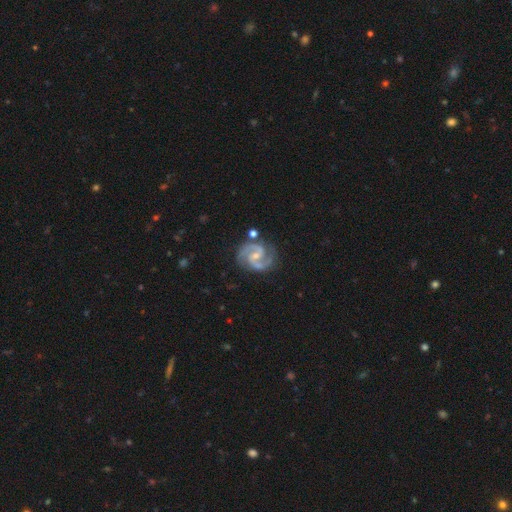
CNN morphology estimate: smooth-or-featured: featured or disk: 93% | star or artifact: 4% | smooth: 3%
  disk-edge-on: no: 98% | yes: 2%
    bar: weak: 47% | no: 37% | strong: 16%
    has-spiral-arms: yes: 99% | no: 1%
      spiral-winding: medium: 63% | tight: 28% | loose: 10%
      spiral-arm-count: 2: 92% | 3: 3% | can't tell: 2% | 1: 1% | 4: 1% | more than 4: 1%
    bulge-size: small: 61% | moderate: 33% | none: 4% | large: 1% | dominant: 1%
  merging: none: 77% | minor disturbance: 15% | major disturbance: 4% | merger: 4%